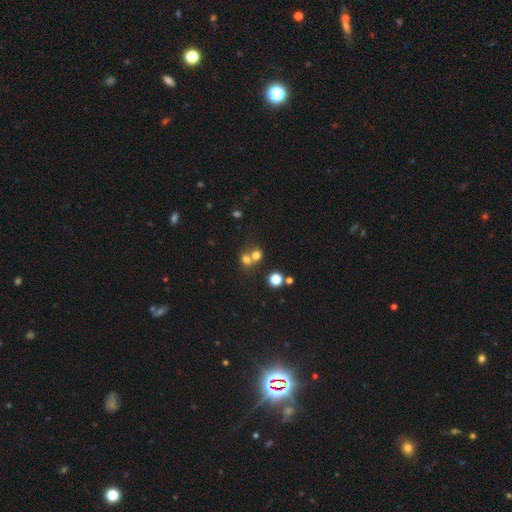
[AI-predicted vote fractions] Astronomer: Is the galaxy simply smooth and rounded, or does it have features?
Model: smooth — 69%.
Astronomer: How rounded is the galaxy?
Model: round — 73%.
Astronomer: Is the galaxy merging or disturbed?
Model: merger — 55% (runner-up: none, 35%).